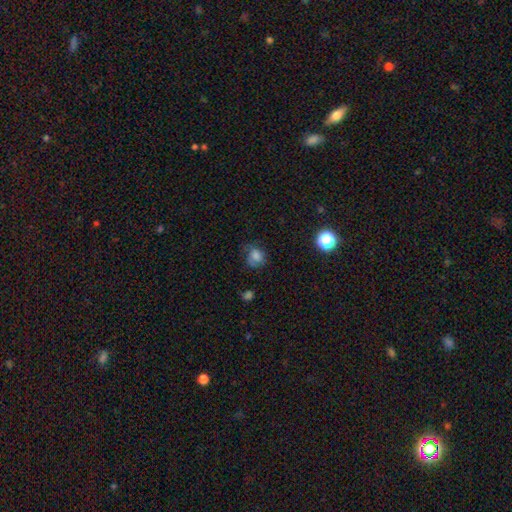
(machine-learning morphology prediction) smooth-or-featured: smooth: 72% | featured or disk: 15% | star or artifact: 14%
  how-rounded: round: 61% | in between: 38% | cigar-shaped: 1%
  merging: none: 48% | minor disturbance: 29% | major disturbance: 20% | merger: 2%